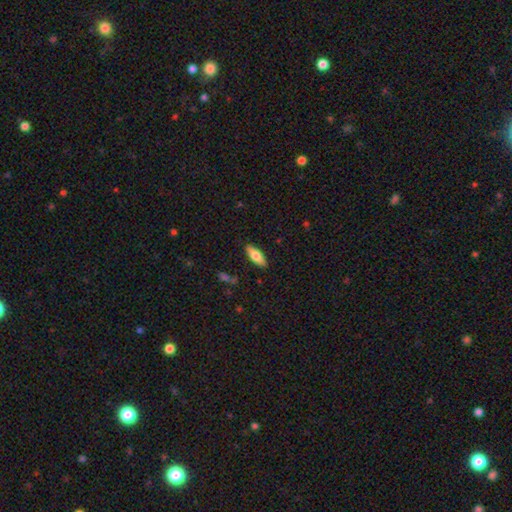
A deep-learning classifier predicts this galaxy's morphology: type=smooth (72%); roundness=in between (68%); merging=none (88%).